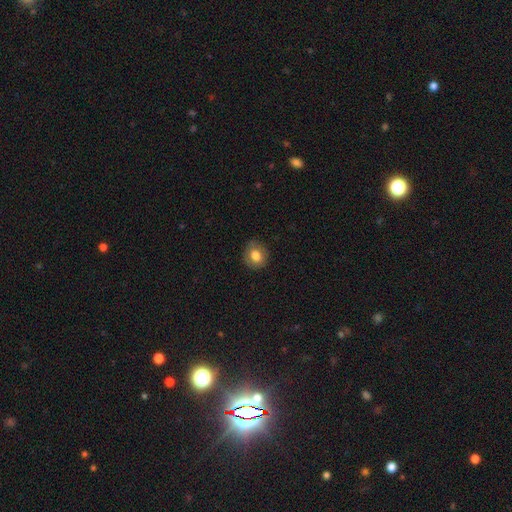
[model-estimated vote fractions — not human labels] This appears to be a smooth galaxy with no disk features (77%) that is round (76%). Merging: none (84%).